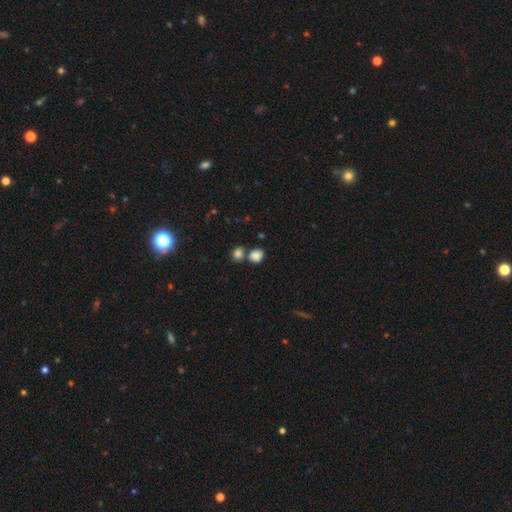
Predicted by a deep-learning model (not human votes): Smooth or featured?
  - smooth: 84% *
  - star or artifact: 10%
  - featured or disk: 6%
How rounded?
  - round: 68% *
  - in between: 31%
  - cigar-shaped: 1%
Merging?
  - none: 53% *
  - merger: 34%
  - minor disturbance: 10%
  - major disturbance: 4%